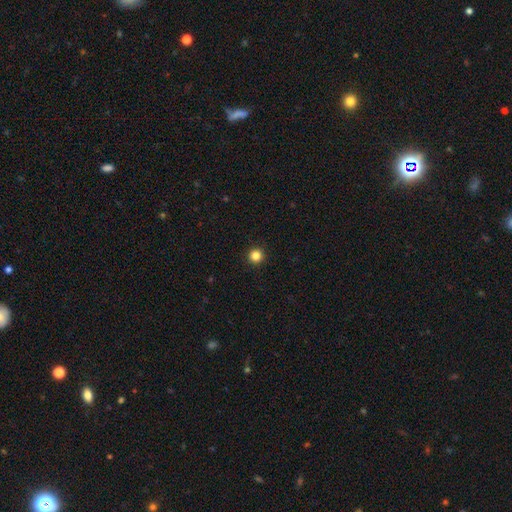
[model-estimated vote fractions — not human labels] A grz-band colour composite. It shows a smooth galaxy with no disk features (84%) that is round (96%). Merging: none (94%).